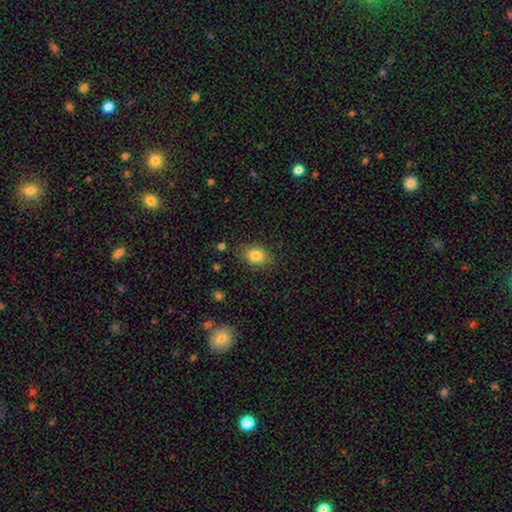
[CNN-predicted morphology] This is clearly a smooth galaxy (82%). How rounded: likely in between (73%). Merging: clearly none (83%).